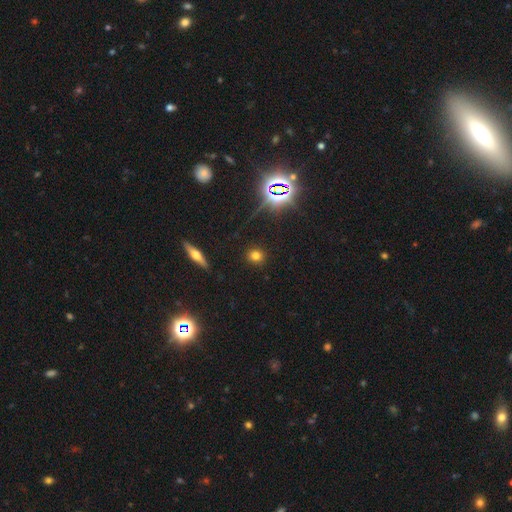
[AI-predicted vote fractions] Smooth or featured: smooth — 71% (star or artifact — 20%)
How rounded: round — 84% (in between — 14%)
Merging: none — 90% (minor disturbance — 6%)